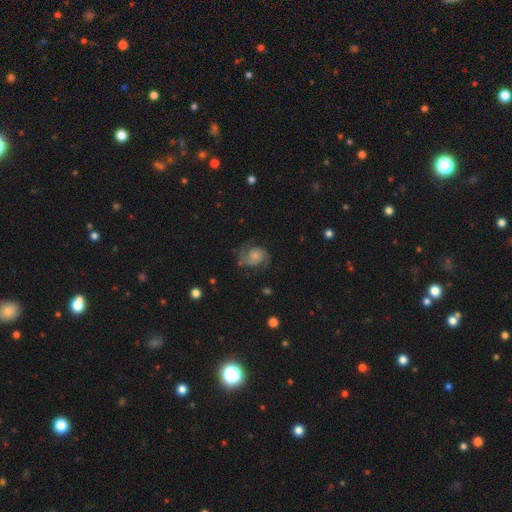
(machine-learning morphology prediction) Smooth or featured? featured or disk (67%)
Edge-on disk? no (98%)
Bar? no (74%)
Spiral arms? yes (92%)
Spiral winding? medium (45%)
Spiral arm count? 2 (72%)
Bulge size? small (50%)
Merging? none (65%)